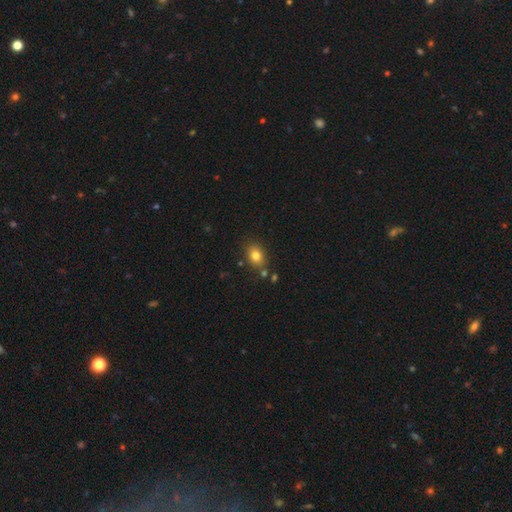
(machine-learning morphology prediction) Q: Smooth or featured?
A: smooth (80%); runner-up: star or artifact (11%)
Q: How rounded?
A: in between (65%); runner-up: round (34%)
Q: Merging?
A: none (78%); runner-up: minor disturbance (12%)